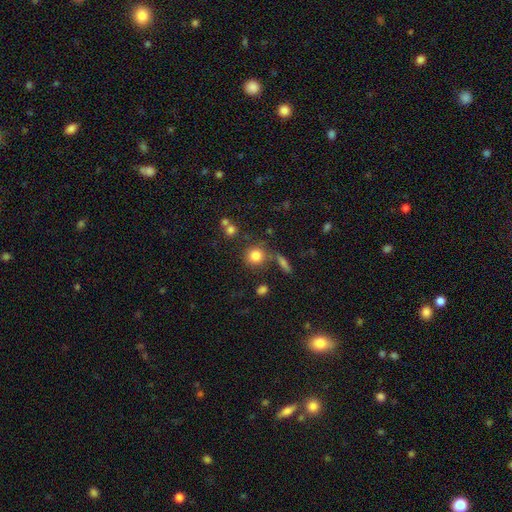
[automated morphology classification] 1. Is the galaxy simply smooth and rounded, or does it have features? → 81% smooth, 11% star or artifact, 8% featured or disk.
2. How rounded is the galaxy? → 88% round, 10% in between, 2% cigar-shaped.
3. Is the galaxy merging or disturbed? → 71% none, 13% merger, 11% minor disturbance, 5% major disturbance.